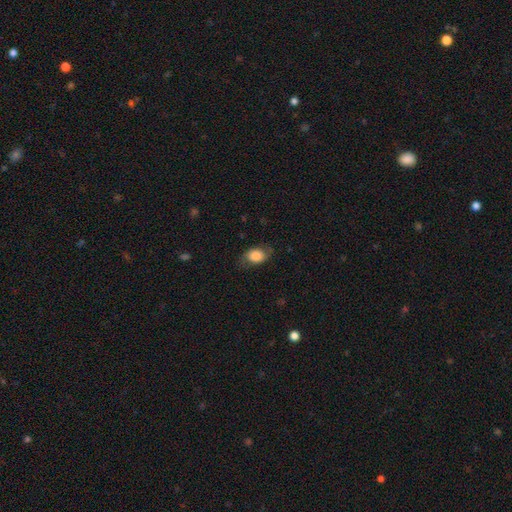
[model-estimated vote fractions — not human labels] smooth-or-featured: smooth: 79% | featured or disk: 13% | star or artifact: 7%
  how-rounded: in between: 74% | round: 25% | cigar-shaped: 2%
  merging: none: 70% | minor disturbance: 21% | major disturbance: 8% | merger: 1%